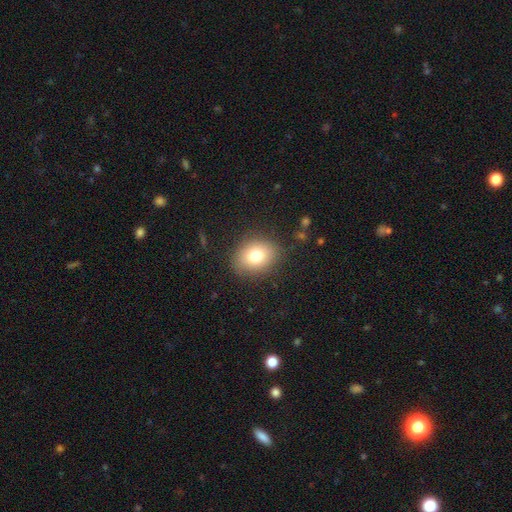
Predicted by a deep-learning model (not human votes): A smooth galaxy with no disk features (78%) that is in between round and cigar-shaped (50%). Merging: none (86%).